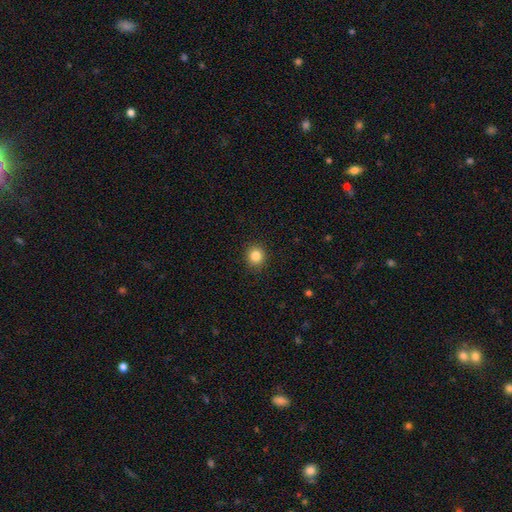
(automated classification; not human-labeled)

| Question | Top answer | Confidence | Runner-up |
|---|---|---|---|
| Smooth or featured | smooth | 85% | star or artifact (11%) |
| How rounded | round | 90% | in between (9%) |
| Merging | none | 91% | minor disturbance (6%) |